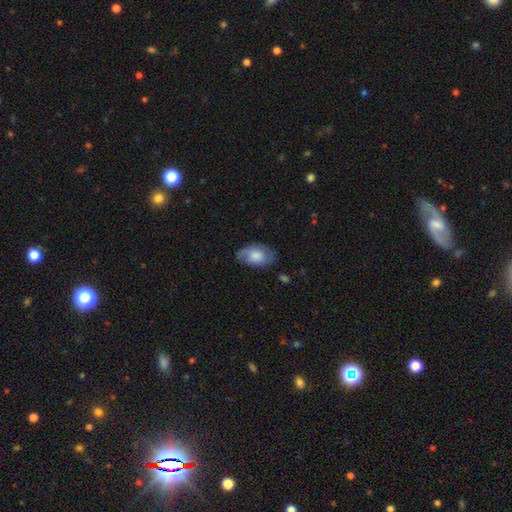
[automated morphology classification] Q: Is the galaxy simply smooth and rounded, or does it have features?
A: smooth — 68%.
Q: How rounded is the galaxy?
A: in between — 91%.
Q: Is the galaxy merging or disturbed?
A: none — 66%.